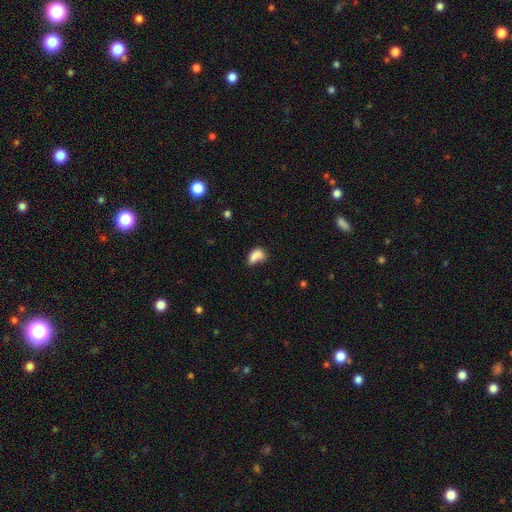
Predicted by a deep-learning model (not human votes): This is likely a smooth galaxy (74%). How rounded: clearly in between (83%). Merging: marginally none (32%).